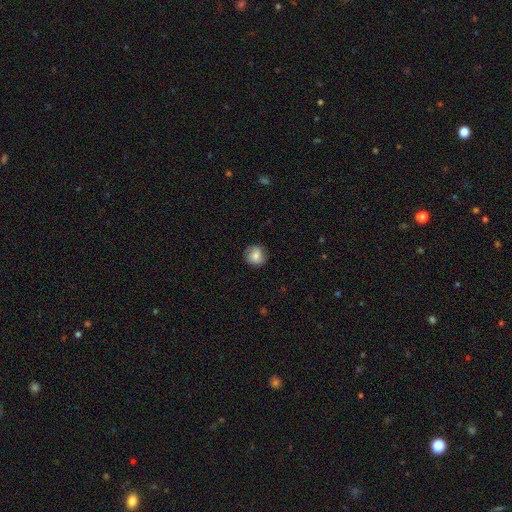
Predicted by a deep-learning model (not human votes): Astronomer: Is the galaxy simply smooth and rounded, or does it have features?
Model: smooth — 69%.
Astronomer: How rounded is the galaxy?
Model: round — 85%.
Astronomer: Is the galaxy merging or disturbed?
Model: none — 78%.